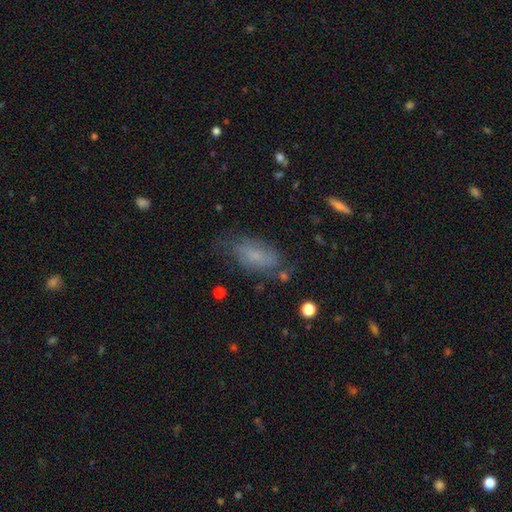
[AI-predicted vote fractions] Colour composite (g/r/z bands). It shows a smooth galaxy with no disk features (54%) that is in between round and cigar-shaped (87%). Merging: none (59%).